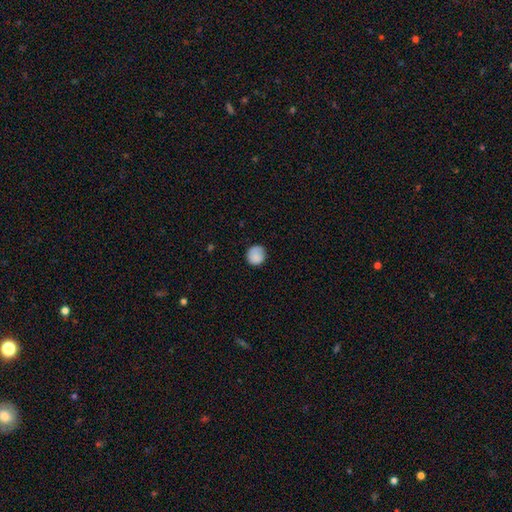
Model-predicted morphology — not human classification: Smooth or featured? smooth (86%)
How rounded? round (86%)
Merging? none (79%)